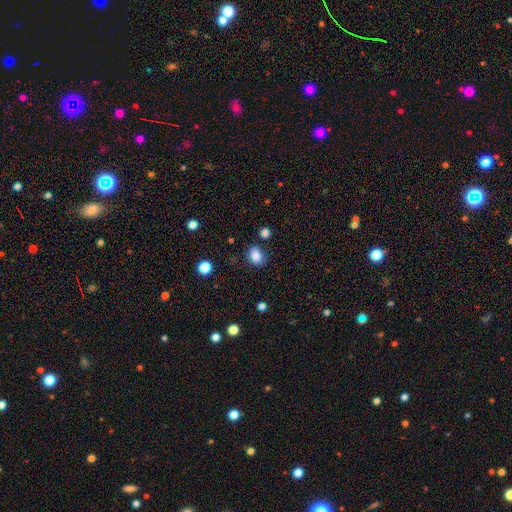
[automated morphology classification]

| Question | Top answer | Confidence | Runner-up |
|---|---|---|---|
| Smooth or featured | smooth | 84% | star or artifact (10%) |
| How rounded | in between | 60% | round (39%) |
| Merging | none | 80% | minor disturbance (13%) |